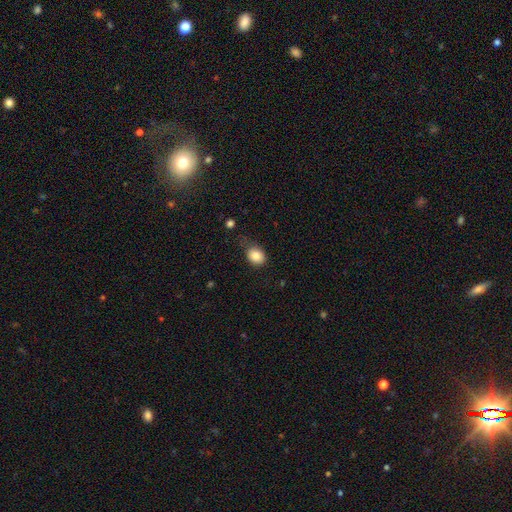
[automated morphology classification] type=smooth (84%); roundness=round (52%); merging=none (58%).